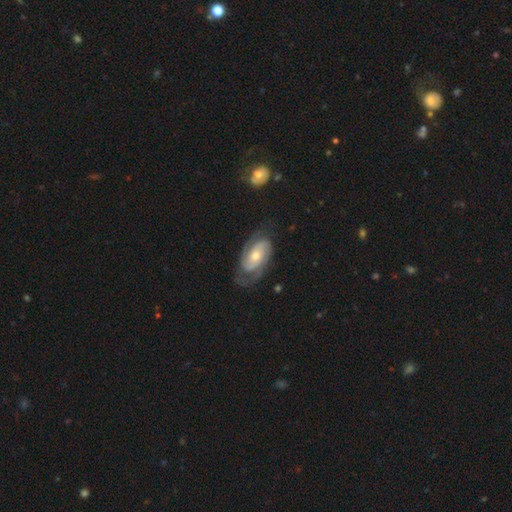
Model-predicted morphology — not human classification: Smooth or featured: featured or disk — 82% (smooth — 13%)
Edge-on disk: no — 96% (yes — 4%)
Bar: no — 63% (weak — 29%)
Spiral arms: yes — 95% (no — 5%)
Spiral winding: tight — 47% (medium — 40%)
Spiral arm count: 2 — 74% (can't tell — 11%)
Bulge size: moderate — 55% (small — 38%)
Merging: none — 66% (minor disturbance — 21%)